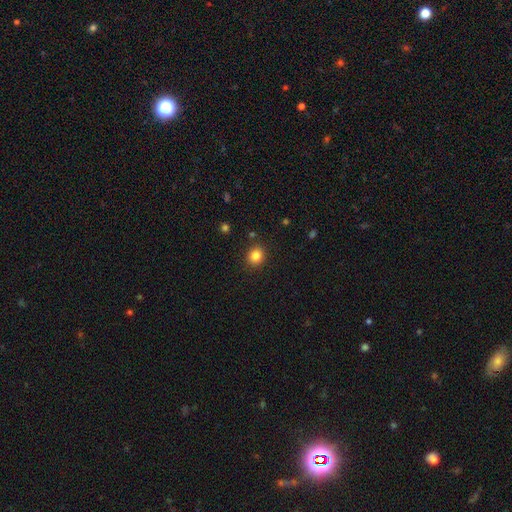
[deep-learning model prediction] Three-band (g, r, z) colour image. It shows a smooth galaxy with no disk features (84%) that is round (81%). Merging: none (89%).